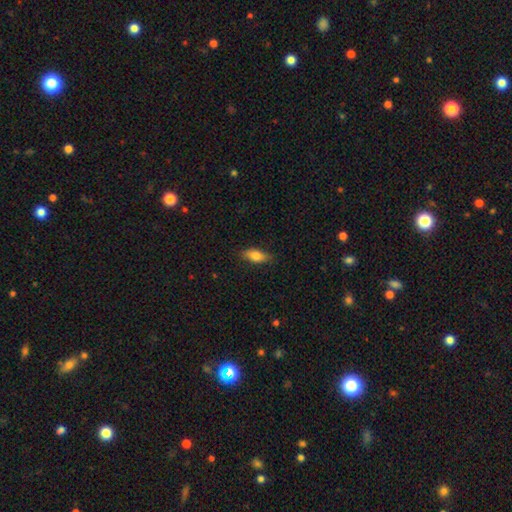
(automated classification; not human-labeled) smooth_or_featured: smooth (p=0.79) [alt: featured or disk p=0.13]
how_rounded: in between (p=0.81) [alt: cigar-shaped p=0.15]
merging: none (p=0.83) [alt: minor disturbance p=0.14]